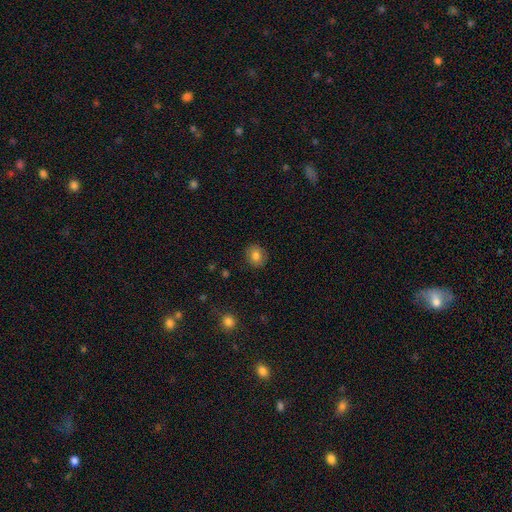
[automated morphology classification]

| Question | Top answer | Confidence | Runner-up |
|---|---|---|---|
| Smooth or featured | smooth | 81% | star or artifact (10%) |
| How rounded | round | 70% | in between (29%) |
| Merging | none | 87% | minor disturbance (9%) |